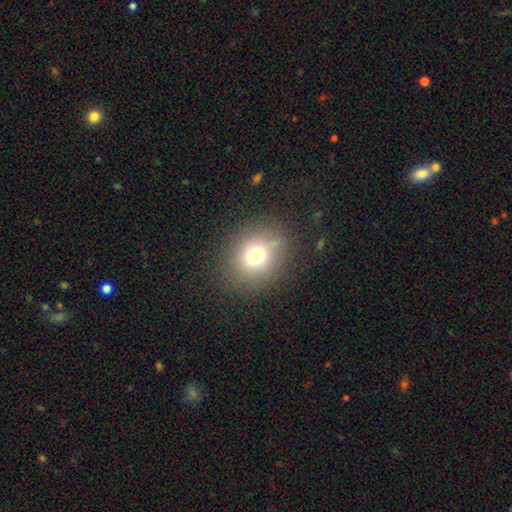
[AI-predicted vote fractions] Overall: smooth (71%). How rounded: round (77%). Merging: none (83%).